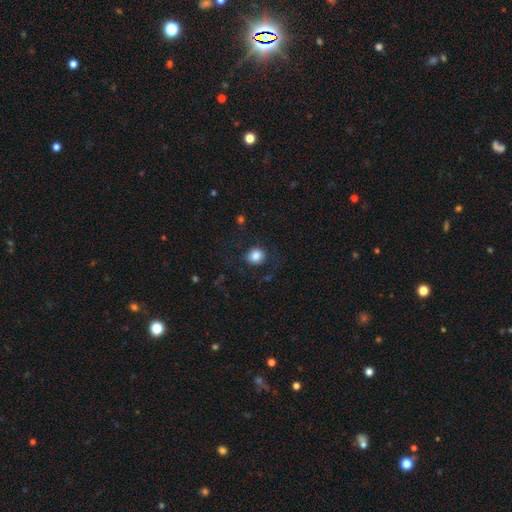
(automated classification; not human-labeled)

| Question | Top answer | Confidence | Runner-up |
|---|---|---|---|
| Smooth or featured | smooth | 83% | star or artifact (9%) |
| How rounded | round | 78% | in between (21%) |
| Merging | none | 77% | minor disturbance (13%) |